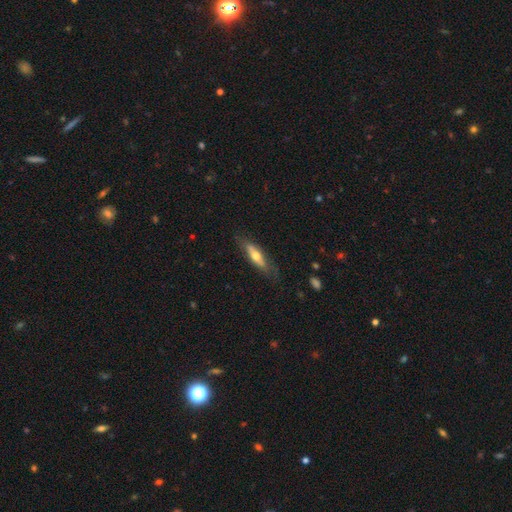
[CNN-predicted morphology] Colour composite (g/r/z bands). It shows a smooth galaxy with no disk features (50%) that is cigar-shaped (61%). Merging: none (74%).